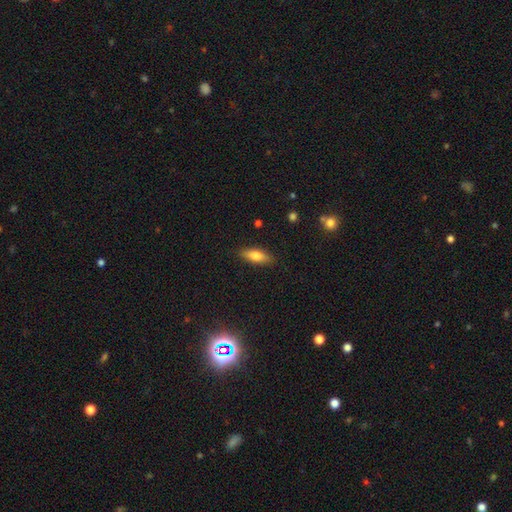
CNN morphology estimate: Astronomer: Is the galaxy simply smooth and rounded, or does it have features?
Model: smooth — 73%.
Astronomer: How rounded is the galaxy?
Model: in between — 68%.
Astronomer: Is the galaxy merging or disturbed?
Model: none — 86%.